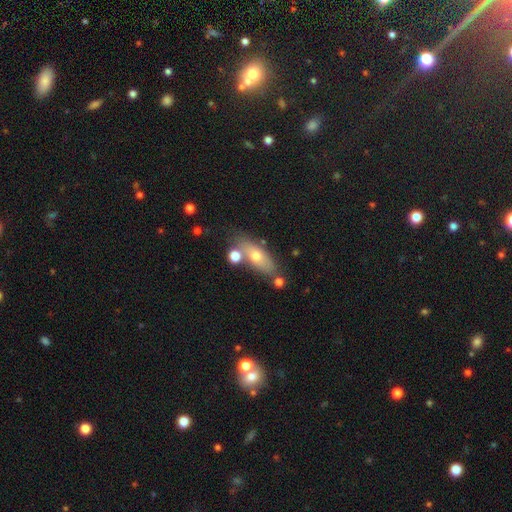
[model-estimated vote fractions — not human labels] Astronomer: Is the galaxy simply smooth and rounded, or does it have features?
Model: smooth — 60%.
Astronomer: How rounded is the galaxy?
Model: in between — 65%.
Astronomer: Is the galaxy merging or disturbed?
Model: none — 67%.